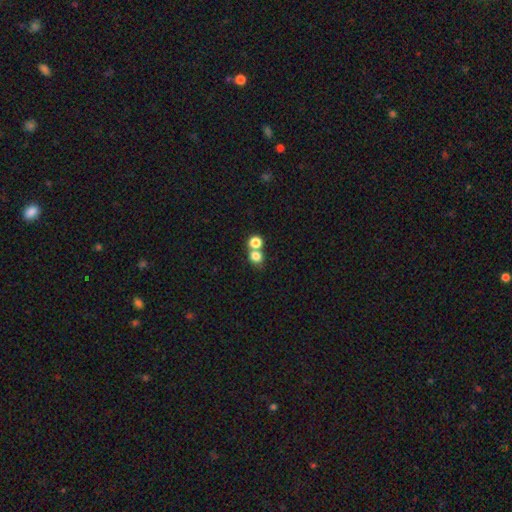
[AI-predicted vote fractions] A smooth galaxy with no disk features (79%) that is round (74%). Merging: none (47%).